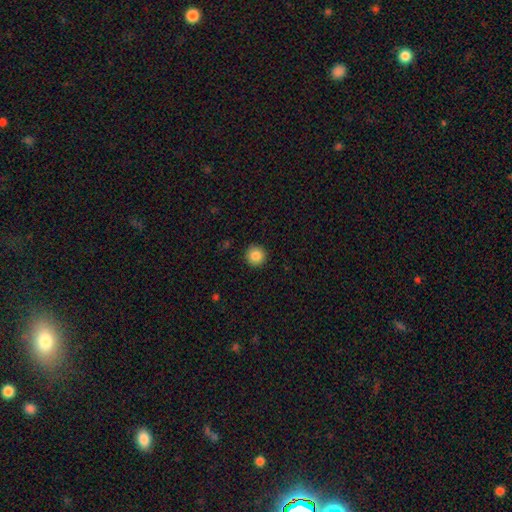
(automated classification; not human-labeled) This appears to be a smooth galaxy with no disk features (86%) that is round (95%). Merging: none (92%).